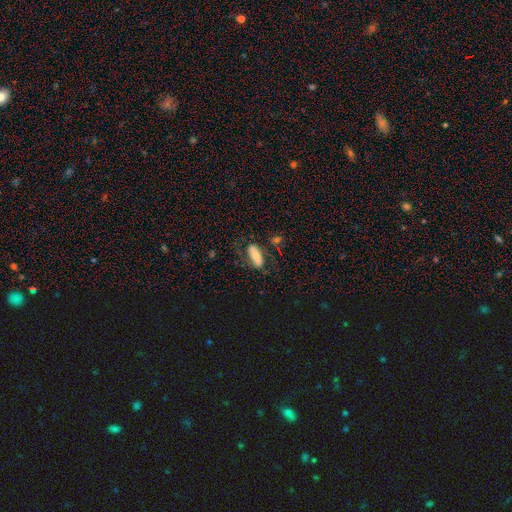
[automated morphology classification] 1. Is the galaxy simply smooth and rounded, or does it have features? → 58% smooth, 34% featured or disk, 8% star or artifact.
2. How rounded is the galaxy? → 74% in between, 23% cigar-shaped, 3% round.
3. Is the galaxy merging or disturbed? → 64% none, 20% minor disturbance, 12% major disturbance, 4% merger.